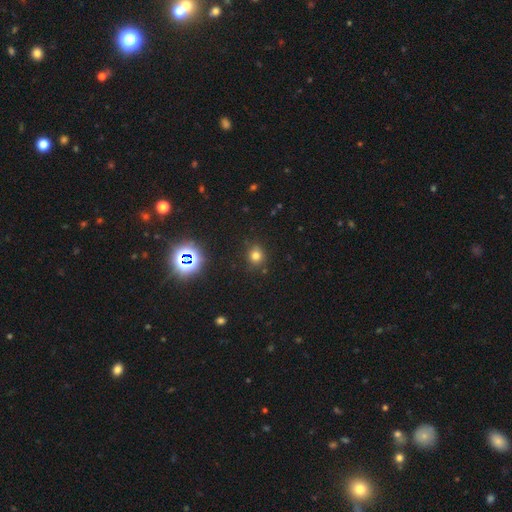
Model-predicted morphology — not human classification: The model was most divided on "smooth or featured": smooth: 72%, star or artifact: 21%, featured or disk: 7%. More confident: merging — none (82%); how rounded — round (80%).